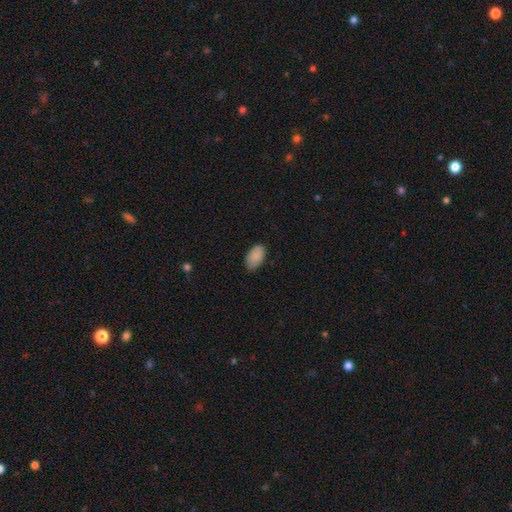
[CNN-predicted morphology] Smooth or featured: smooth — 88% (star or artifact — 7%)
How rounded: in between — 95% (round — 4%)
Merging: none — 81% (minor disturbance — 15%)